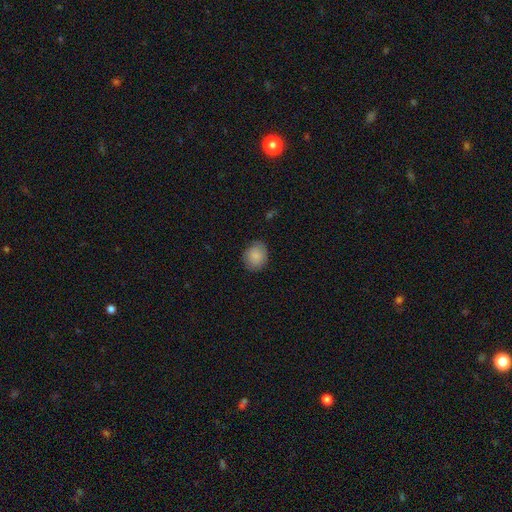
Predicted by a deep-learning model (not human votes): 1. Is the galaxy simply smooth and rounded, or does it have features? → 85% smooth, 8% featured or disk, 7% star or artifact.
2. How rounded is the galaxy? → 54% round, 45% in between, 1% cigar-shaped.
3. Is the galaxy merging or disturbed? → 82% none, 14% minor disturbance, 3% major disturbance, 1% merger.